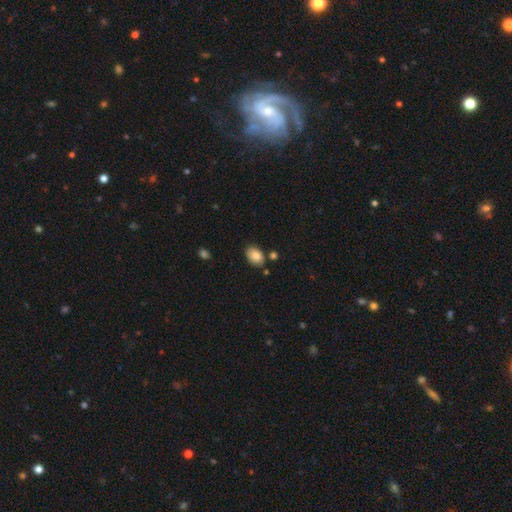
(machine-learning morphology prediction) This appears to be a smooth galaxy with no disk features (84%) that is in between round and cigar-shaped (86%). Merging: none (76%).